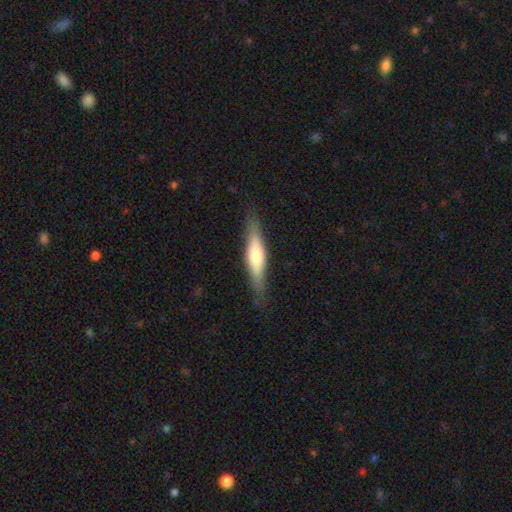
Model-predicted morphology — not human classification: Overall: featured or disk (48%; smooth 47%). Merging: none (83%).